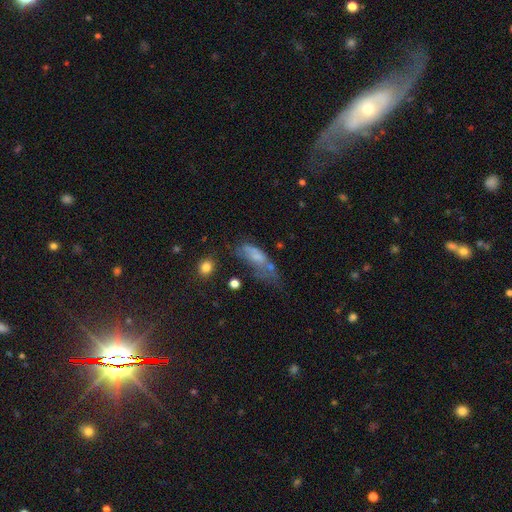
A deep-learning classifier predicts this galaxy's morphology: The model was most divided on "merging": major disturbance: 40%, minor disturbance: 25%, none: 22%, merger: 13%. More confident: how rounded — in between (65%); smooth or featured — smooth (52%).